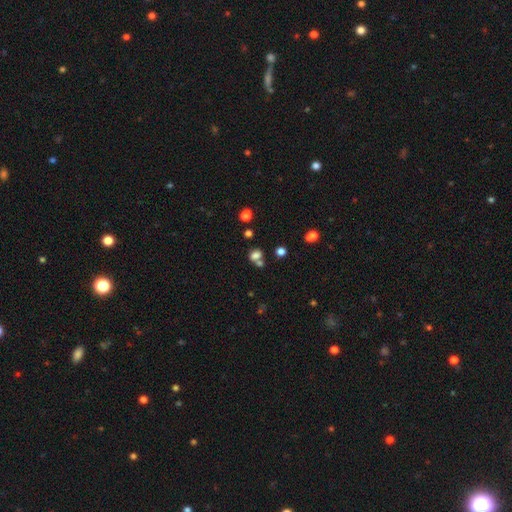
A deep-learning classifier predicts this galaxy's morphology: The model was most divided on "merging": none: 43%, merger: 40%, minor disturbance: 11%, major disturbance: 6%. More confident: smooth or featured — smooth (72%); how rounded — in between (56%).